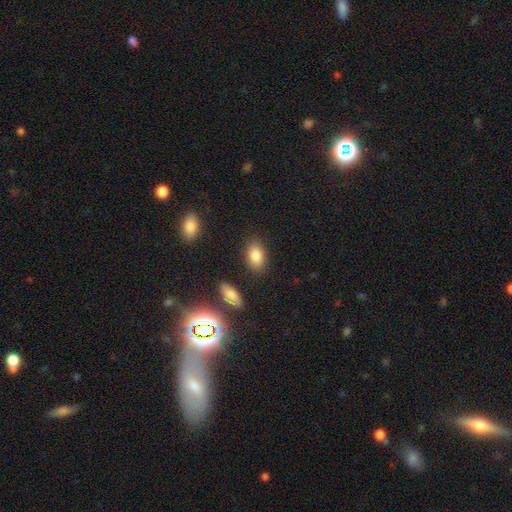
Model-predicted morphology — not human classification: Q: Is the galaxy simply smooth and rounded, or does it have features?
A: smooth — 84%.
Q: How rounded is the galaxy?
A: in between — 87%.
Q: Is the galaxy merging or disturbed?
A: none — 84%.